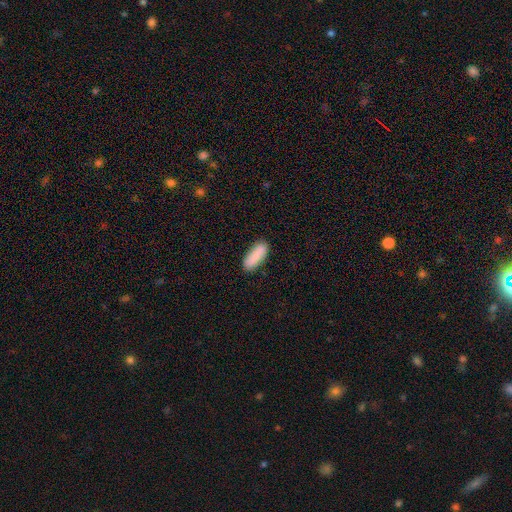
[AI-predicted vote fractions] Smooth or featured? Predicted: smooth (p=0.88). How rounded? Predicted: in between (p=0.68). Merging? Predicted: none (p=0.85).